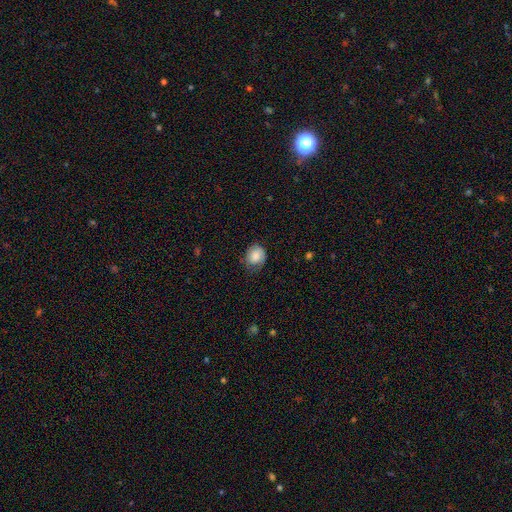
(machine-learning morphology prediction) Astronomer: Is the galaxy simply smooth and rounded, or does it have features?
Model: smooth — 78%.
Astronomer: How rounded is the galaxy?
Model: round — 60% (runner-up: in between, 39%).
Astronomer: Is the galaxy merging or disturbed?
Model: none — 61%.